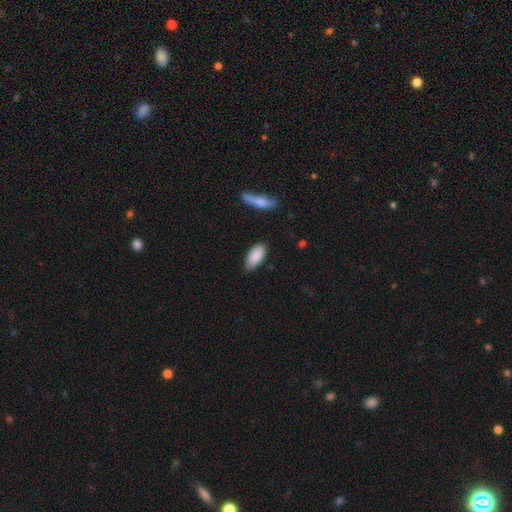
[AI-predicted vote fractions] smooth-or-featured: smooth: 88% | star or artifact: 6% | featured or disk: 6%
  how-rounded: in between: 91% | cigar-shaped: 7% | round: 2%
  merging: none: 76% | minor disturbance: 19% | major disturbance: 3% | merger: 2%